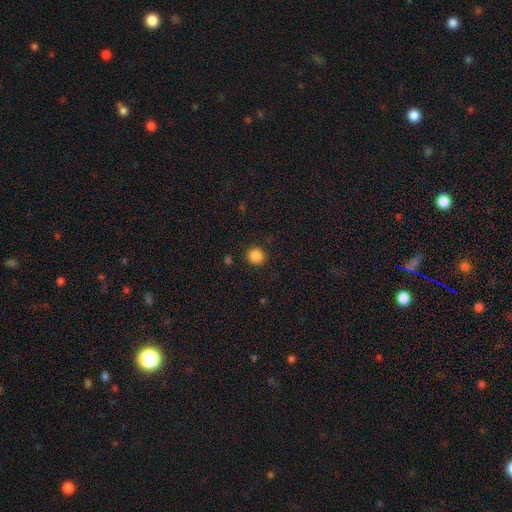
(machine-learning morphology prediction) Smooth or featured? Predicted: smooth (p=0.86). How rounded? Predicted: round (p=0.90). Merging? Predicted: none (p=0.90).